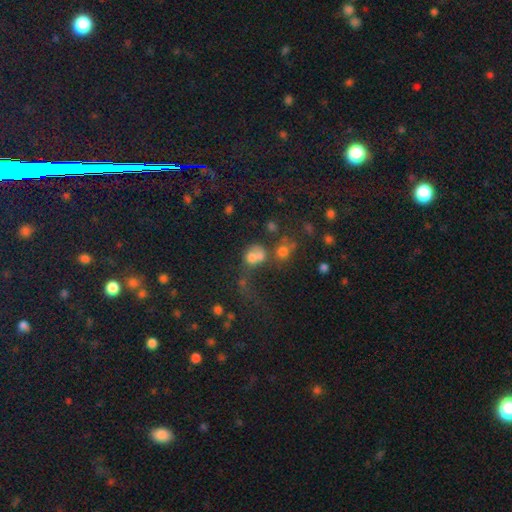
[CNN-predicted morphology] A star or artifact, not a galaxy (59%).

Vote fractions:
- Smooth or featured? star or artifact: 59% / smooth: 24% / featured or disk: 16%